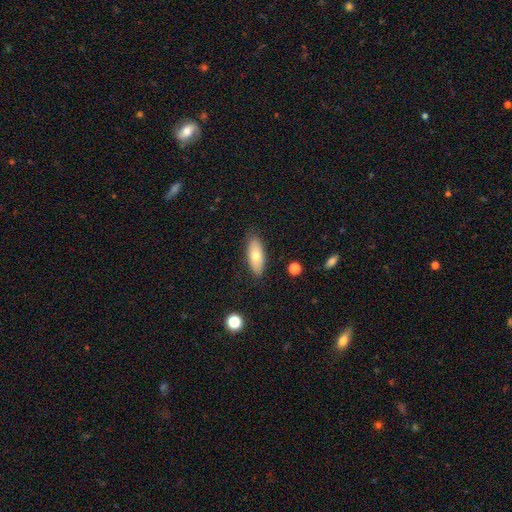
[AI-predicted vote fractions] Smooth or featured: smooth — 70% (featured or disk — 23%)
How rounded: in between — 78% (cigar-shaped — 19%)
Merging: none — 84% (minor disturbance — 12%)